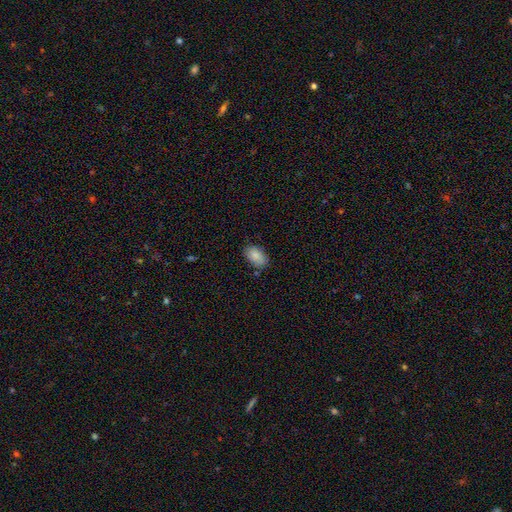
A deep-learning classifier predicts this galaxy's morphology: This is clearly a smooth galaxy (87%). How rounded: clearly in between (92%). Merging: likely none (78%).